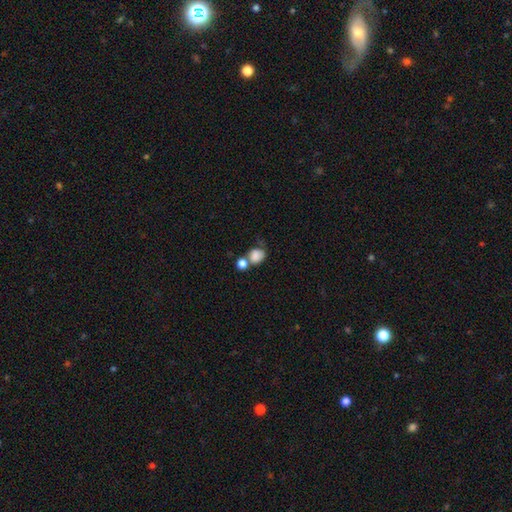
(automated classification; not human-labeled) Smooth or featured? Predicted: smooth (p=0.81). How rounded? Predicted: round (p=0.57). Merging? Predicted: none (p=0.39).